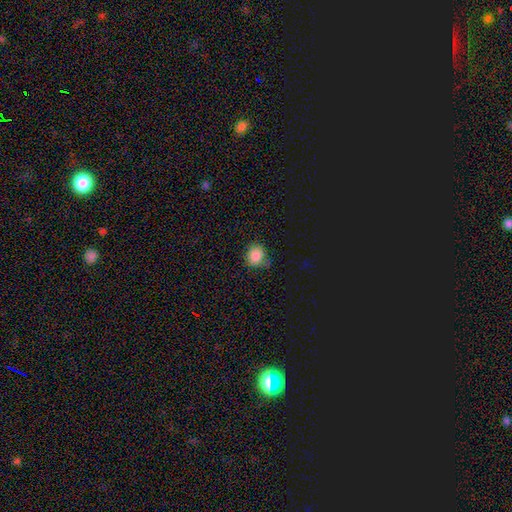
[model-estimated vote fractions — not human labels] A smooth galaxy with no disk features (86%) that is round (77%). Merging: none (70%).